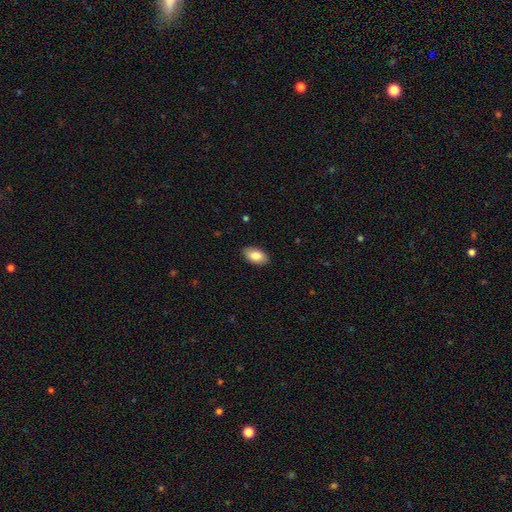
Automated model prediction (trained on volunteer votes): smooth 85%, featured or disk 9%, star or artifact 7%. Down the decision tree: how rounded — in between (94%); merging — none (88%).